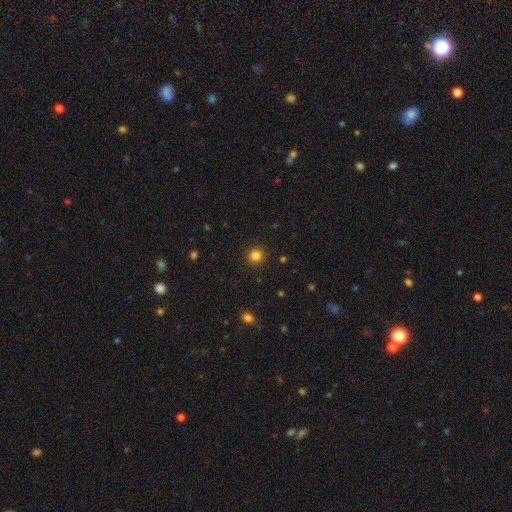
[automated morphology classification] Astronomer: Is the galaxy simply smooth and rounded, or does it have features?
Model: smooth — 83%.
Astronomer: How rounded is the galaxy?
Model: round — 95%.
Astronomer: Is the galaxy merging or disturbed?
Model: none — 92%.